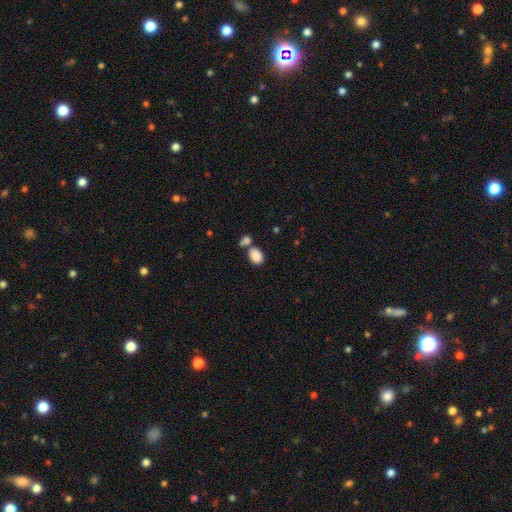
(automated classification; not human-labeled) Smooth or featured? Predicted: smooth (p=0.87). How rounded? Predicted: in between (p=0.83). Merging? Predicted: none (p=0.52).